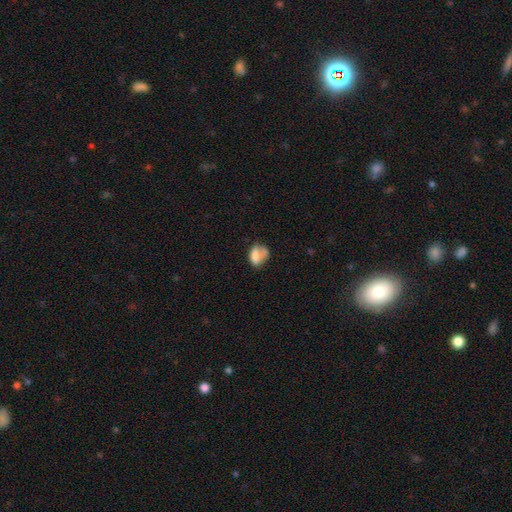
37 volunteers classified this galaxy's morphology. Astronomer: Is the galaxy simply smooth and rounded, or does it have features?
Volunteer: smooth — 78%.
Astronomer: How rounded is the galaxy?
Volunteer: round — 52% (runner-up: in between, 48%).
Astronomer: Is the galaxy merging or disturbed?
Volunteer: none — 34% (runner-up: merger, 29%).